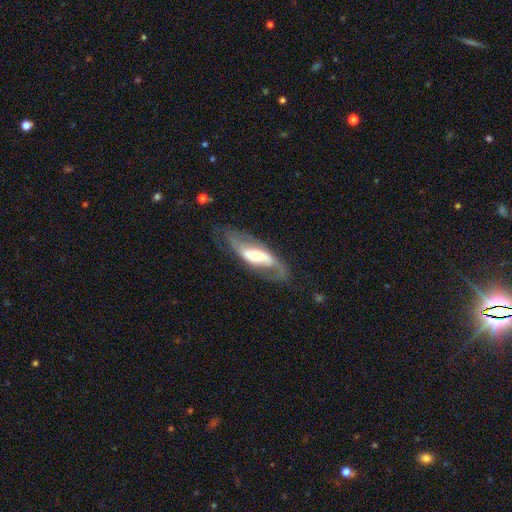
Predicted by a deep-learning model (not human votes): Overall: featured or disk (79%). Edge-on disk: no (88%). Bar: strong (37%; weak 36%). Spiral arms: yes (92%). Spiral arm count: 2 (86%). Spiral winding: loose (45%; medium 41%). Bulge size: moderate (37%; large 28%). Merging: none (67%).